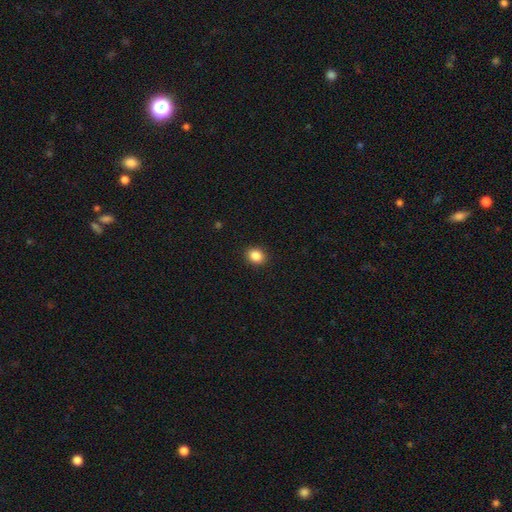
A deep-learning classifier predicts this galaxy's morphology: A smooth galaxy with no disk features (87%) that is round (57%).

Vote fractions:
- Smooth or featured? smooth: 87% / star or artifact: 10% / featured or disk: 4%
- How rounded? round: 57% / in between: 42% / cigar-shaped: 1%
- Merging? none: 91% / minor disturbance: 6% / major disturbance: 2% / merger: 1%